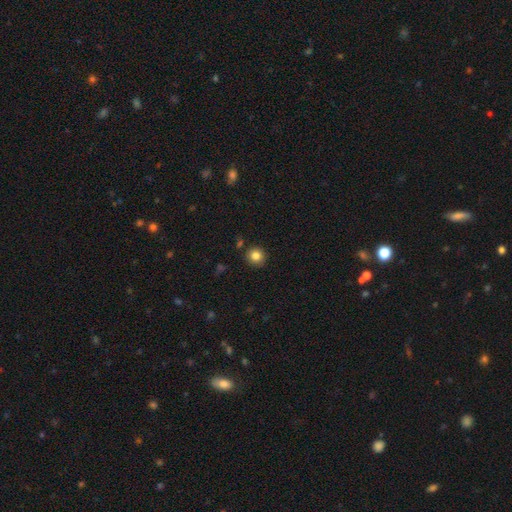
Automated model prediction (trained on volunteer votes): Smooth or featured? smooth (83%)
How rounded? round (92%)
Merging? none (89%)